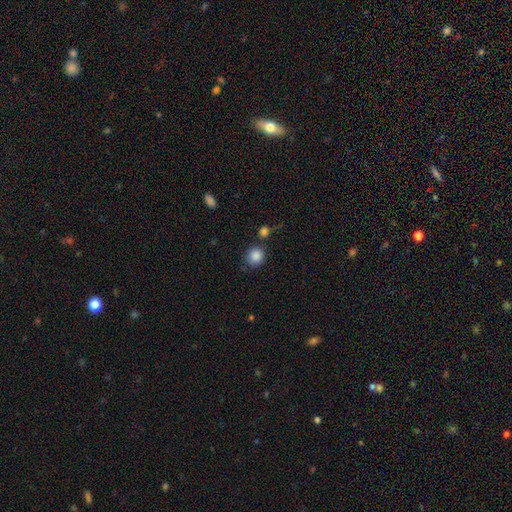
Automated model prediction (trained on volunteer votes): smooth_or_featured: smooth (p=0.87) [alt: star or artifact p=0.09]
how_rounded: round (p=0.88) [alt: in between p=0.11]
merging: none (p=0.77) [alt: minor disturbance p=0.12]